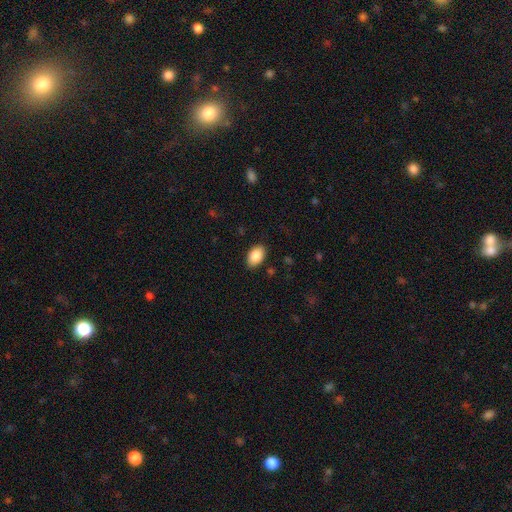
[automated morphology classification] smooth 87%, star or artifact 7%, featured or disk 6%. Down the decision tree: how rounded — in between (89%); merging — none (88%).